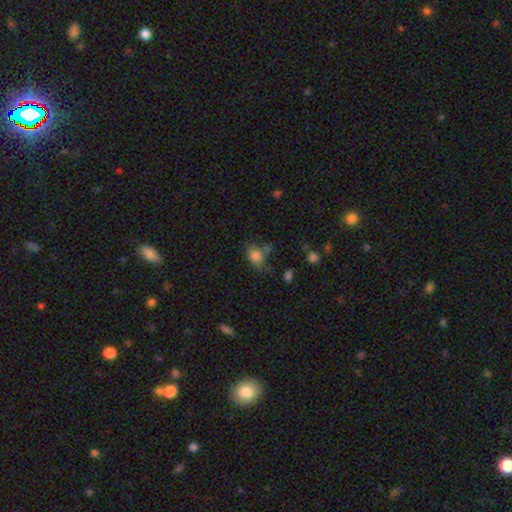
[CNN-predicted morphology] Q: Smooth or featured?
A: smooth (82%); runner-up: star or artifact (11%)
Q: How rounded?
A: in between (54%); runner-up: round (45%)
Q: Merging?
A: none (54%); runner-up: minor disturbance (21%)